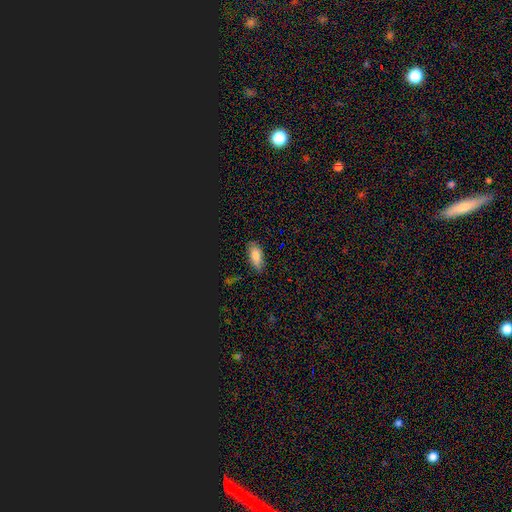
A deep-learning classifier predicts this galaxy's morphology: smooth-or-featured: smooth: 78% | star or artifact: 13% | featured or disk: 8%
  how-rounded: in between: 87% | cigar-shaped: 9% | round: 4%
  merging: none: 78% | minor disturbance: 17% | major disturbance: 3% | merger: 1%